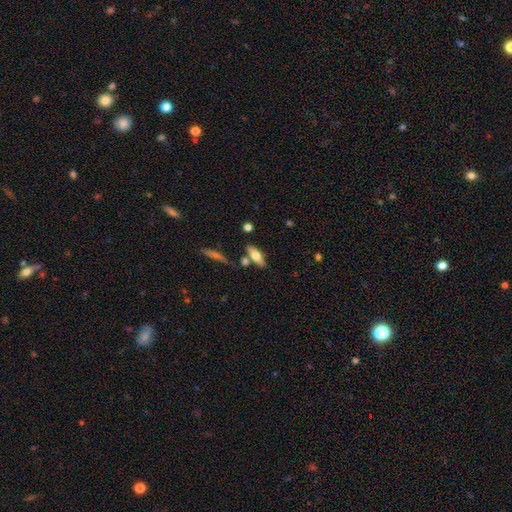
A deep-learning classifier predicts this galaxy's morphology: This appears to be a smooth galaxy with no disk features (57%) that is in between round and cigar-shaped (63%). Merging: none (72%).